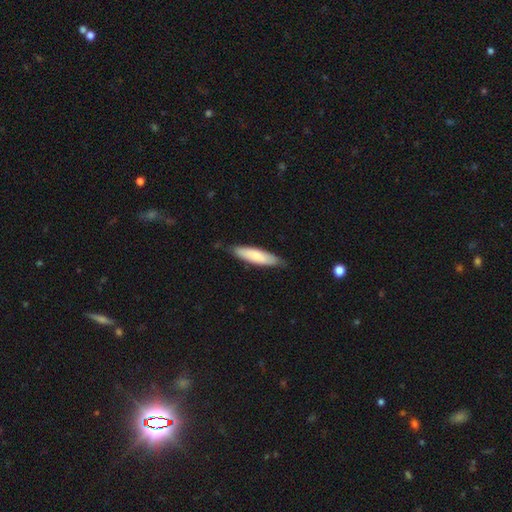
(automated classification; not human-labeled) This appears to be a smooth galaxy with no disk features (80%) that is cigar-shaped (65%). Merging: none (79%).